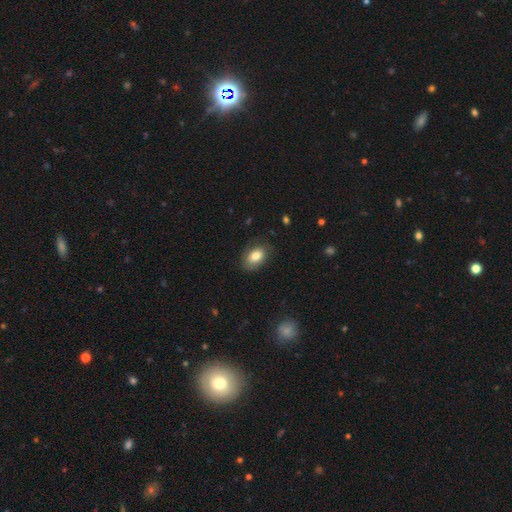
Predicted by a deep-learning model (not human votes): Smooth or featured? smooth (80%)
How rounded? in between (84%)
Merging? none (76%)